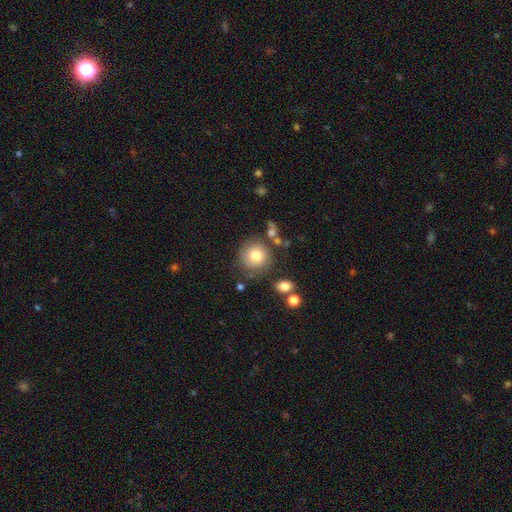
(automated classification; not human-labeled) smooth-or-featured: smooth: 78% | featured or disk: 12% | star or artifact: 10%
  how-rounded: round: 91% | in between: 8% | cigar-shaped: 1%
  merging: none: 74% | minor disturbance: 14% | merger: 7% | major disturbance: 6%